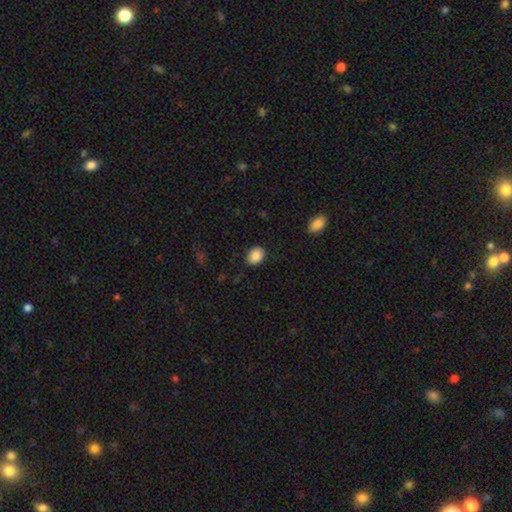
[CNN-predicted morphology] A smooth galaxy with no disk features (88%) that is in between round and cigar-shaped (65%).

Vote fractions:
- Smooth or featured? smooth: 88% / star or artifact: 8% / featured or disk: 4%
- How rounded? in between: 65% / round: 34% / cigar-shaped: 1%
- Merging? none: 85% / minor disturbance: 11% / major disturbance: 3% / merger: 1%